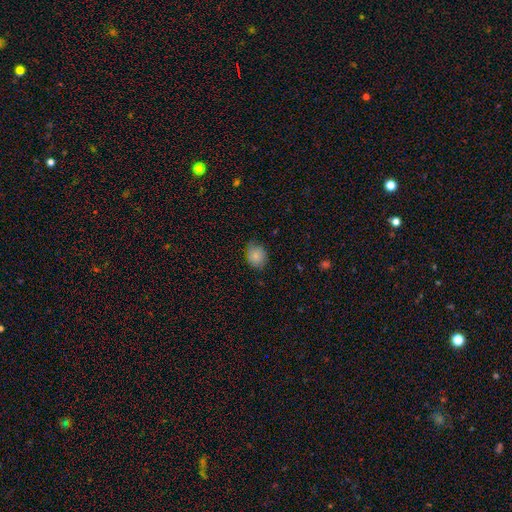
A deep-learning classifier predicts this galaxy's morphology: type=smooth (84%); roundness=round (66%); merging=none (72%).